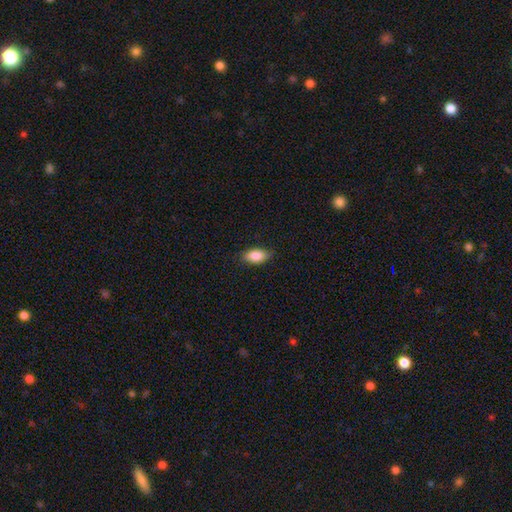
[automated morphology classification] Smooth or featured?
  - smooth: 86% *
  - star or artifact: 7%
  - featured or disk: 7%
How rounded?
  - in between: 90% *
  - cigar-shaped: 6%
  - round: 4%
Merging?
  - none: 83% *
  - minor disturbance: 13%
  - major disturbance: 3%
  - merger: 1%